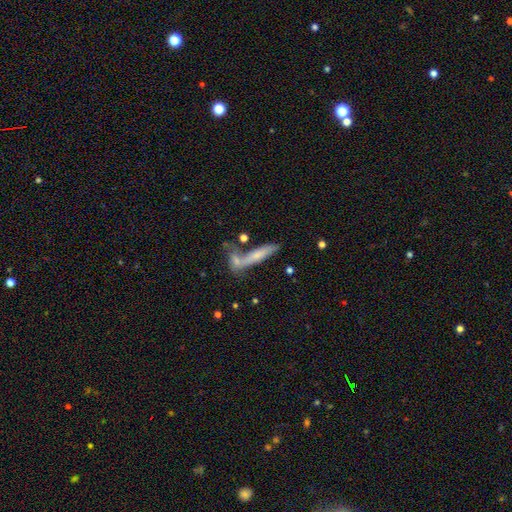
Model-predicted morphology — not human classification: Smooth or featured?
  - smooth: 57% *
  - featured or disk: 35%
  - star or artifact: 9%
How rounded?
  - cigar-shaped: 83% *
  - in between: 14%
  - round: 2%
Merging?
  - none: 51% *
  - merger: 29%
  - minor disturbance: 13%
  - major disturbance: 7%